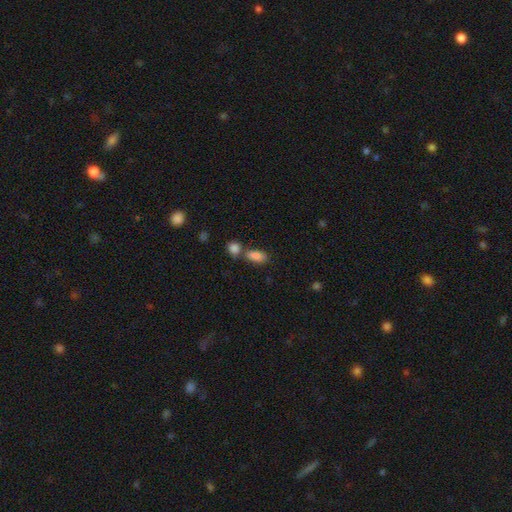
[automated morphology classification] type=smooth (84%); roundness=in between (87%); merging=none (55%).